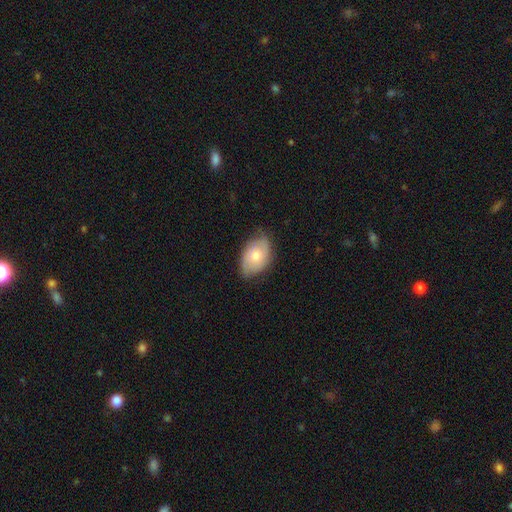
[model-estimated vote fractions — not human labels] A smooth galaxy with no disk features (57%) that is in between round and cigar-shaped (87%).

Vote fractions:
- Smooth or featured? smooth: 57% / featured or disk: 36% / star or artifact: 7%
- How rounded? in between: 87% / round: 12% / cigar-shaped: 1%
- Merging? none: 73% / minor disturbance: 22% / major disturbance: 4% / merger: 1%